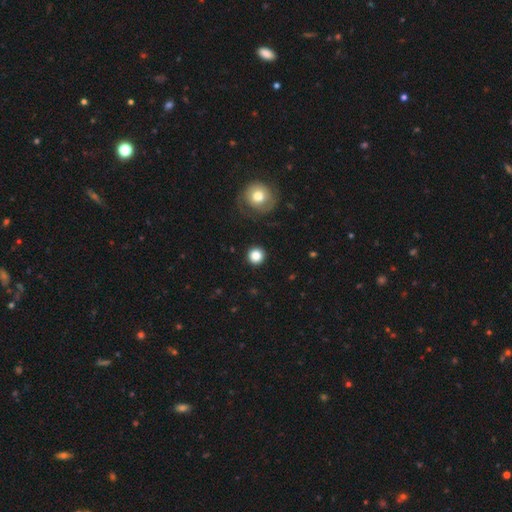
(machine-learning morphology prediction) The model was most divided on "smooth or featured": smooth: 85%, star or artifact: 10%, featured or disk: 5%. More confident: how rounded — round (95%); merging — none (91%).